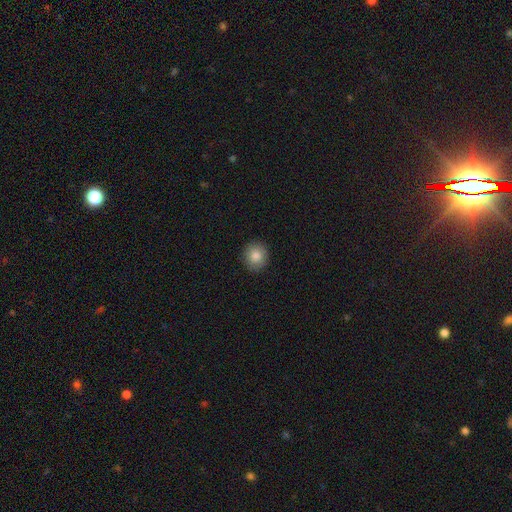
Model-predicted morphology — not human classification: This appears to be a smooth galaxy with no disk features (85%) that is round (85%). Merging: none (91%).